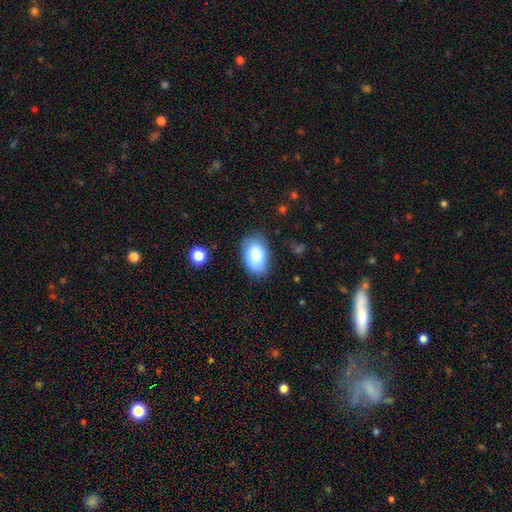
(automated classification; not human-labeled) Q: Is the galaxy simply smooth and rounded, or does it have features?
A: smooth — 86%.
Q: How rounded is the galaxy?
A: in between — 91%.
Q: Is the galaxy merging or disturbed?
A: none — 75%.